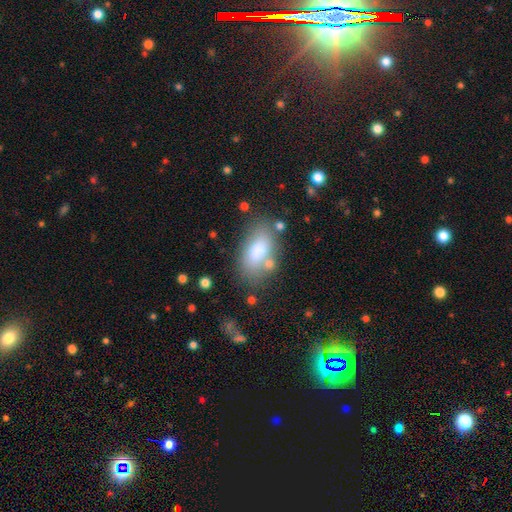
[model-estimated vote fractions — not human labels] Smooth or featured?
  - smooth: 46% *
  - featured or disk: 27%
  - star or artifact: 26%
Merging?
  - none: 70% *
  - minor disturbance: 17%
  - major disturbance: 7%
  - merger: 6%